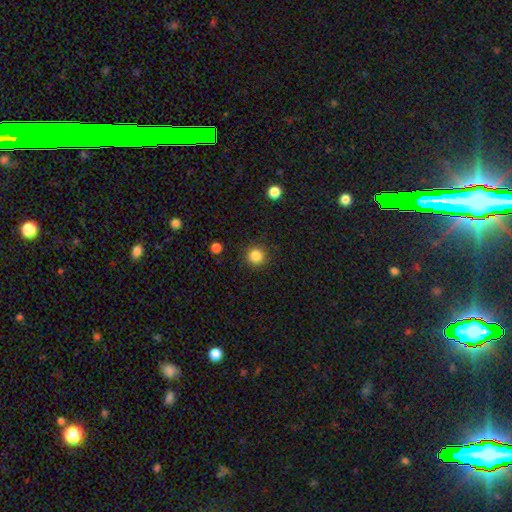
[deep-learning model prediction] smooth_or_featured: smooth (p=0.85) [alt: star or artifact p=0.11]
how_rounded: round (p=0.95) [alt: in between p=0.04]
merging: none (p=0.91) [alt: minor disturbance p=0.06]